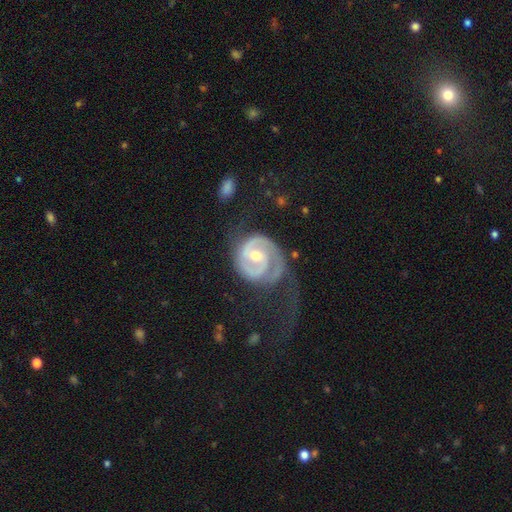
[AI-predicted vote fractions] Smooth or featured?
  - featured or disk: 91% *
  - smooth: 6%
  - star or artifact: 4%
Edge-on disk?
  - no: 98% *
  - yes: 2%
Bar?
  - weak: 43% *
  - no: 38%
  - strong: 18%
Spiral arms?
  - yes: 97% *
  - no: 3%
Spiral winding?
  - tight: 52% *
  - medium: 36%
  - loose: 12%
Spiral arm count?
  - 2: 77% *
  - 1: 13%
  - can't tell: 5%
  - 3: 2%
  - 4: 1%
  - more than 4: 1%
Bulge size?
  - moderate: 60% *
  - small: 36%
  - large: 2%
  - none: 1%
  - dominant: 1%
Merging?
  - none: 46% *
  - major disturbance: 31%
  - minor disturbance: 21%
  - merger: 2%